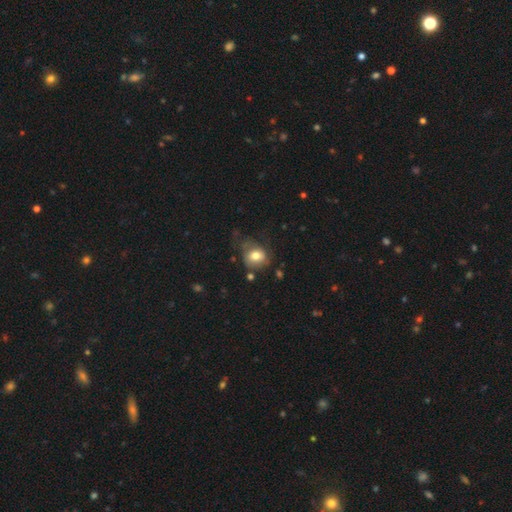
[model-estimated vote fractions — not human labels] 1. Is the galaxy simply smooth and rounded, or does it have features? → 74% smooth, 17% featured or disk, 9% star or artifact.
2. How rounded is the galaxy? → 59% round, 40% in between, 1% cigar-shaped.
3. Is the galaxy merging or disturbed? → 47% none, 29% minor disturbance, 19% major disturbance, 4% merger.